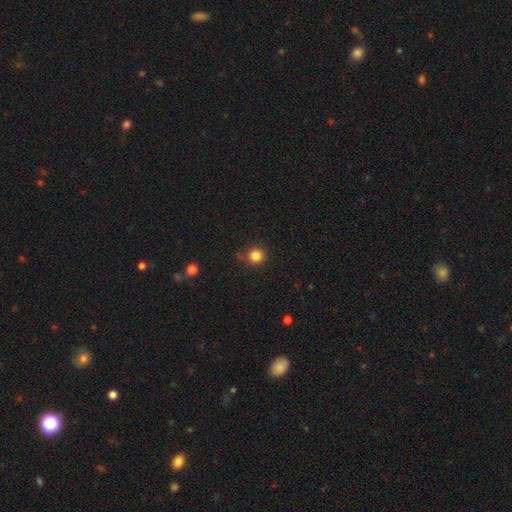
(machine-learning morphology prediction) A smooth galaxy with no disk features (83%) that is round (92%).

Vote fractions:
- Smooth or featured? smooth: 83% / star or artifact: 12% / featured or disk: 5%
- How rounded? round: 92% / in between: 7% / cigar-shaped: 1%
- Merging? none: 80% / minor disturbance: 14% / major disturbance: 4% / merger: 2%